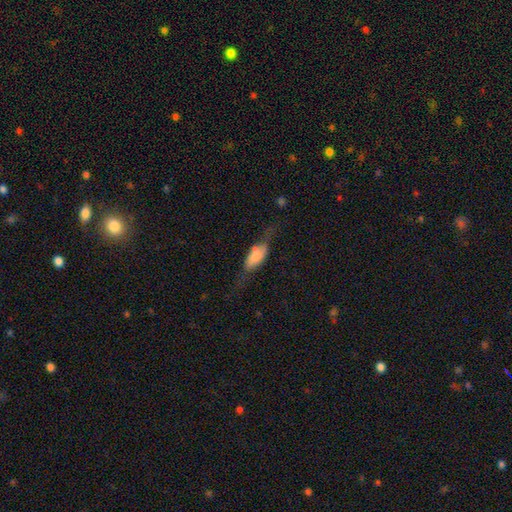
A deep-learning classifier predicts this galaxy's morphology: smooth_or_featured: smooth (p=0.57) [alt: featured or disk p=0.36]
how_rounded: in between (p=0.73) [alt: cigar-shaped p=0.23]
merging: none (p=0.40) [alt: minor disturbance p=0.29]